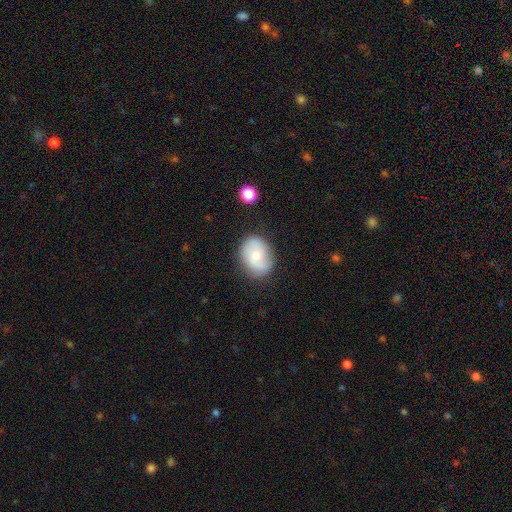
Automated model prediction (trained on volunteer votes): Smooth or featured? featured or disk (47%)
Merging? none (78%)